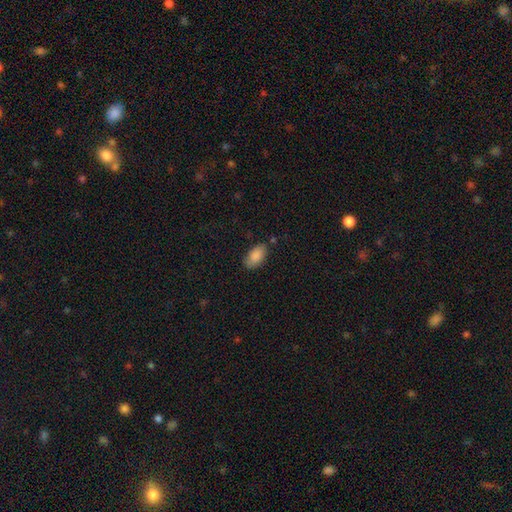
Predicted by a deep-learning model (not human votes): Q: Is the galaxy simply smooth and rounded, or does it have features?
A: smooth — 87%.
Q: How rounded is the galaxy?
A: in between — 94%.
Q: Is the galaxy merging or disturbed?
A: none — 79%.